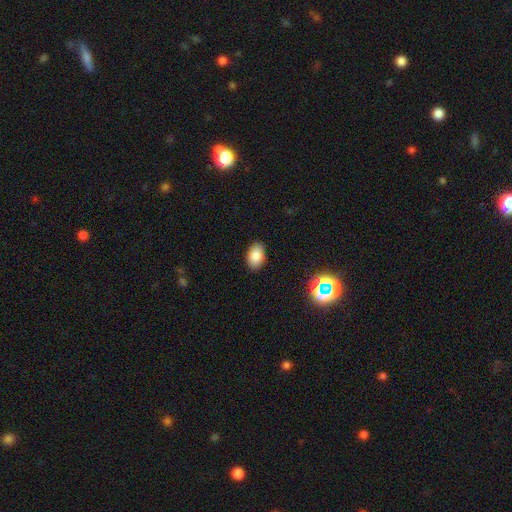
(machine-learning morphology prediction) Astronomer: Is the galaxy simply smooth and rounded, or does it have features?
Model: smooth — 84%.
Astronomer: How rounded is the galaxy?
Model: in between — 87%.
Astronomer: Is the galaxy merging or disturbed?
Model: none — 88%.